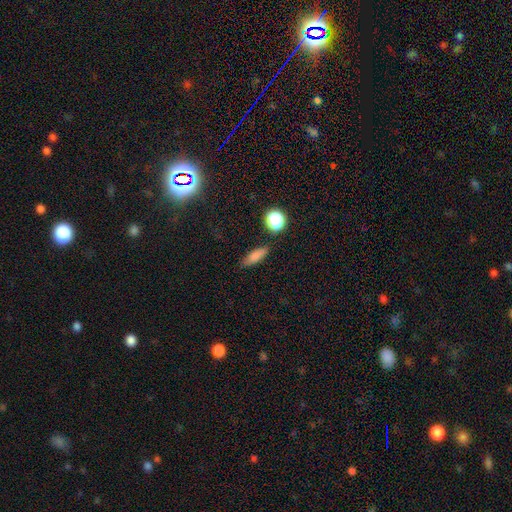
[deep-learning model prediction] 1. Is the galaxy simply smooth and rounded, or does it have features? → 79% smooth, 12% star or artifact, 9% featured or disk.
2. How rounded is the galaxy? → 50% in between, 43% cigar-shaped, 7% round.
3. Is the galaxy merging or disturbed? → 81% none, 13% minor disturbance, 3% major disturbance, 3% merger.